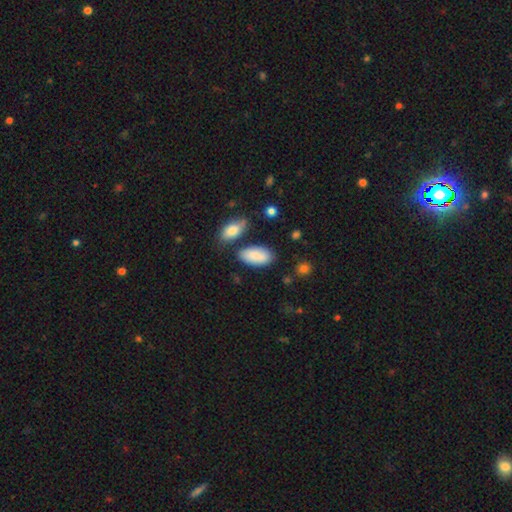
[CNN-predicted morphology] The model was most divided on "merging": none: 72%, minor disturbance: 15%, merger: 8%, major disturbance: 4%. More confident: how rounded — in between (94%); smooth or featured — smooth (86%).